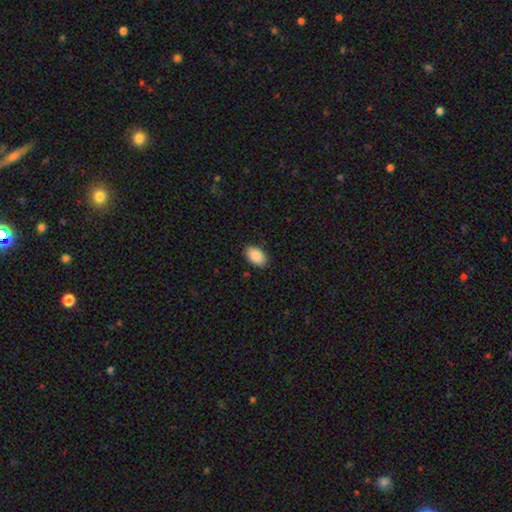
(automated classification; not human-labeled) smooth-or-featured: smooth: 90% | star or artifact: 7% | featured or disk: 4%
  how-rounded: in between: 94% | round: 5% | cigar-shaped: 1%
  merging: none: 88% | minor disturbance: 9% | major disturbance: 2% | merger: 1%